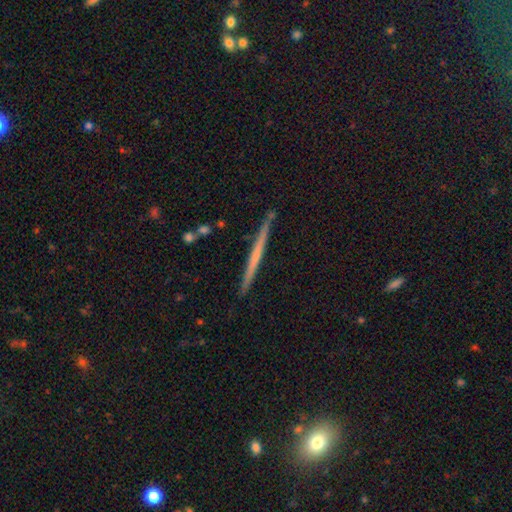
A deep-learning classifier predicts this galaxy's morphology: smooth_or_featured: featured or disk (p=0.60) [alt: smooth p=0.34]
disk_edge_on: yes (p=0.98) [alt: no p=0.02]
edge_on_bulge: none (p=0.79) [alt: rounded p=0.16]
merging: none (p=0.90) [alt: minor disturbance p=0.07]